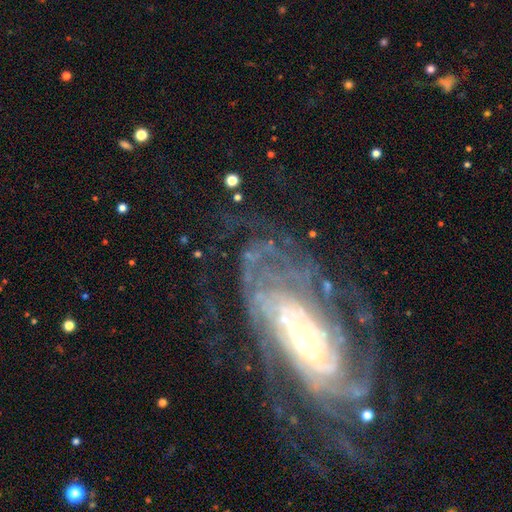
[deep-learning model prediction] Smooth or featured? featured or disk (79%)
Edge-on disk? no (93%)
Bar? no (63%)
Spiral arms? yes (83%)
Spiral winding? tight (57%)
Spiral arm count? can't tell (41%)
Bulge size? small (49%)
Merging? none (53%)